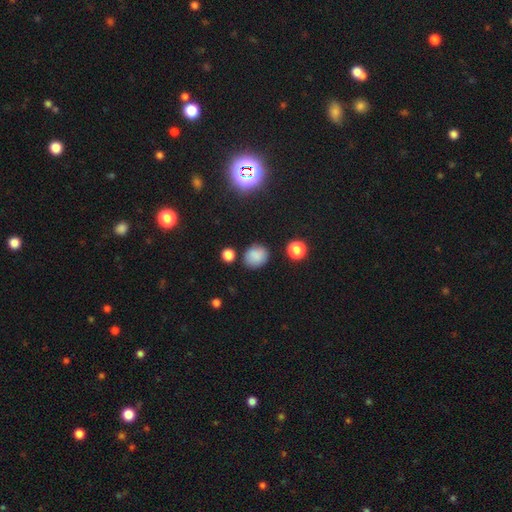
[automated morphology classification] This appears to be a smooth galaxy with no disk features (83%) that is round (73%). Merging: none (80%).